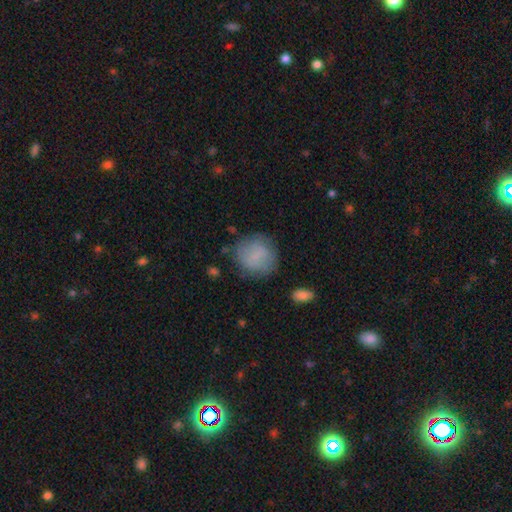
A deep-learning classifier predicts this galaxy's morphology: smooth_or_featured: smooth (p=0.77) [alt: featured or disk p=0.15]
how_rounded: round (p=0.86) [alt: in between p=0.13]
merging: none (p=0.74) [alt: minor disturbance p=0.17]